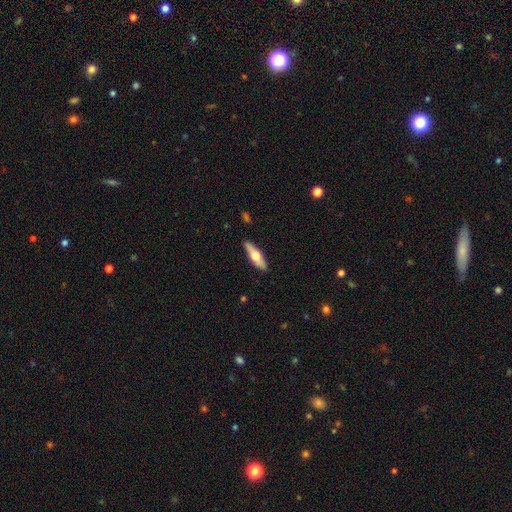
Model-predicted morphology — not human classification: A featured or disk galaxy (53%) viewed edge-on (88%).

Vote fractions:
- Smooth or featured? featured or disk: 53% / smooth: 42% / star or artifact: 5%
- Edge-on disk? yes: 88% / no: 12%
- Merging? none: 88% / minor disturbance: 9% / major disturbance: 2% / merger: 1%